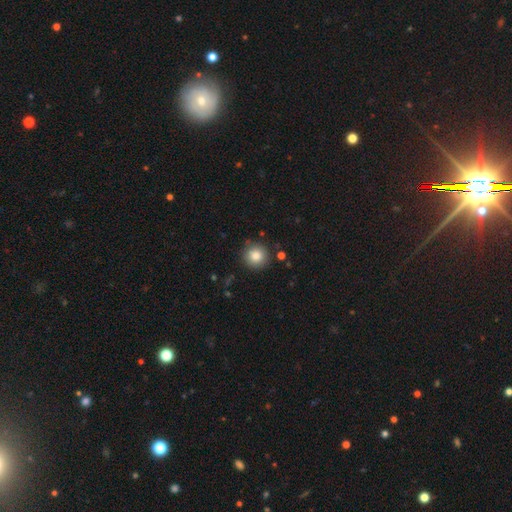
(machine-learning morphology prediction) smooth 84%, star or artifact 9%, featured or disk 6%. Down the decision tree: how rounded — round (94%); merging — none (89%).